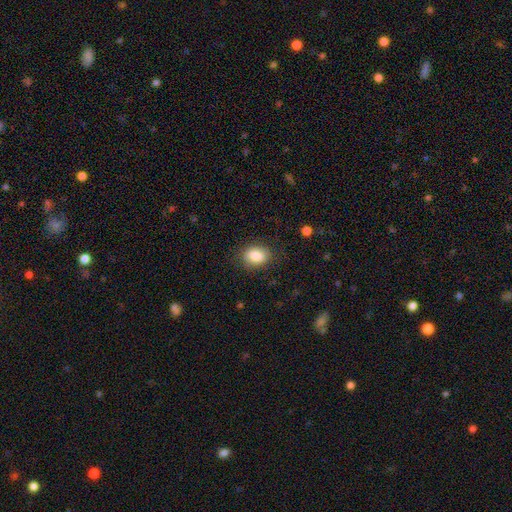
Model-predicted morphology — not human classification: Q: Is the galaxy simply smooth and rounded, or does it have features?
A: smooth — 86%.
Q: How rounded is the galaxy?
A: in between — 77%.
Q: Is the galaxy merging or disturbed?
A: none — 81%.